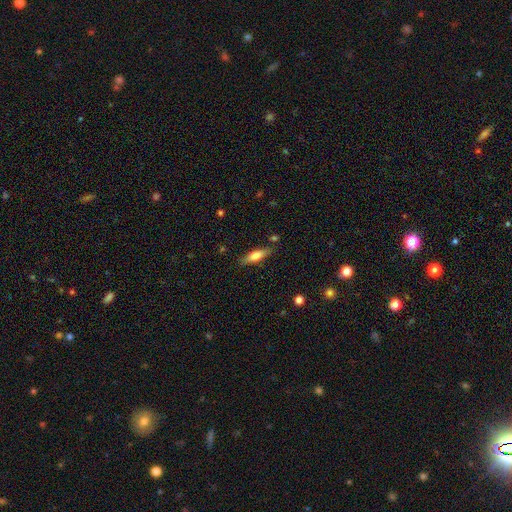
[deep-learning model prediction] Overall: smooth (67%). How rounded: cigar-shaped (56%; in between 42%). Merging: none (81%).